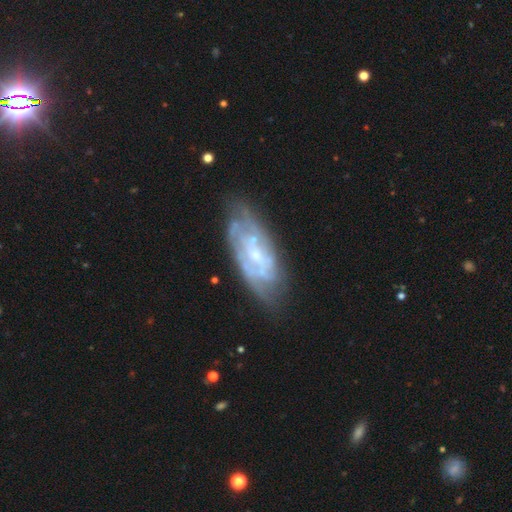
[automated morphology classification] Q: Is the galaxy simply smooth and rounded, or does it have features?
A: featured or disk — 77%.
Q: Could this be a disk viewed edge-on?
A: no — 91%.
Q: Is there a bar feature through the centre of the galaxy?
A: no — 51%.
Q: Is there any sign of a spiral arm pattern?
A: yes — 76%.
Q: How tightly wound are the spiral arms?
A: tight — 59%.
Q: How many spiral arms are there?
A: can't tell — 56%.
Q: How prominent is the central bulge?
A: small — 61%.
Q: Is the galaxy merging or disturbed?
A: none — 64%.